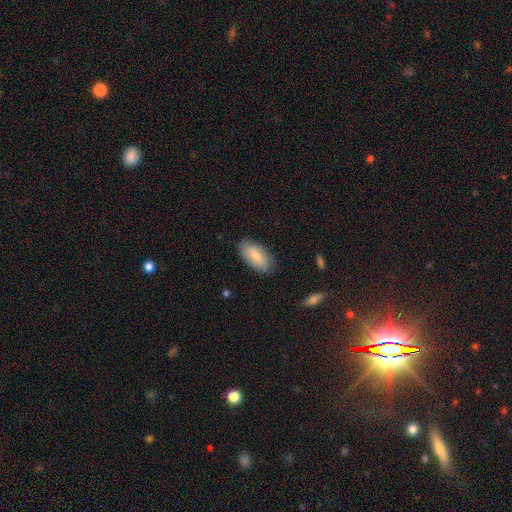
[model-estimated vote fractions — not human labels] smooth 76%, featured or disk 18%, star or artifact 6%. Down the decision tree: how rounded — in between (91%); merging — none (81%).